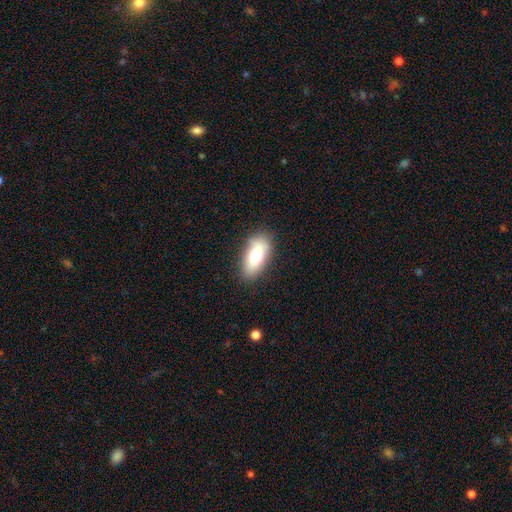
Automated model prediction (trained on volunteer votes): This appears to be a smooth galaxy with no disk features (74%) that is in between round and cigar-shaped (84%). Merging: none (80%).